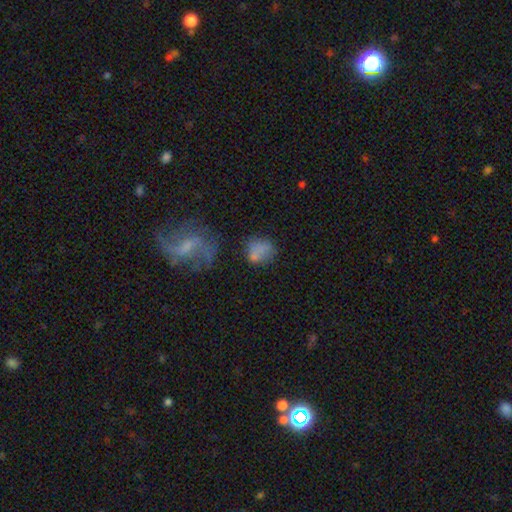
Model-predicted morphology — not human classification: Smooth or featured: smooth — 62% (featured or disk — 24%)
How rounded: round — 57% (in between — 40%)
Merging: none — 53% (minor disturbance — 20%)